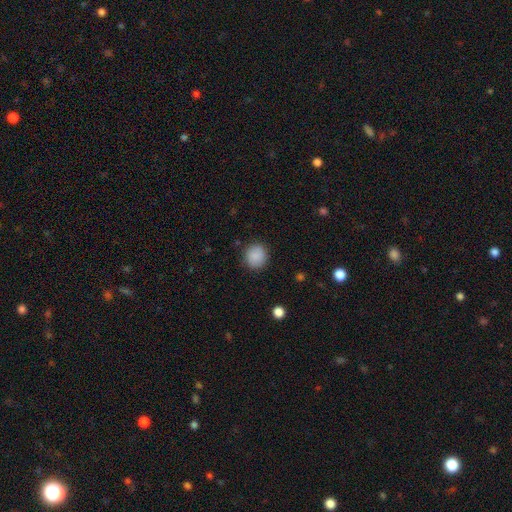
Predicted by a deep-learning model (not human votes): Smooth or featured? smooth (88%)
How rounded? round (87%)
Merging? none (89%)